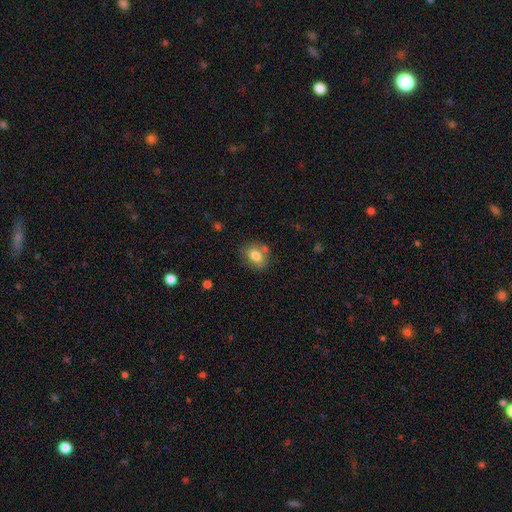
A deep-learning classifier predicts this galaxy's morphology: smooth 77%, featured or disk 14%, star or artifact 9%. Down the decision tree: how rounded — in between (63%); merging — none (69%).